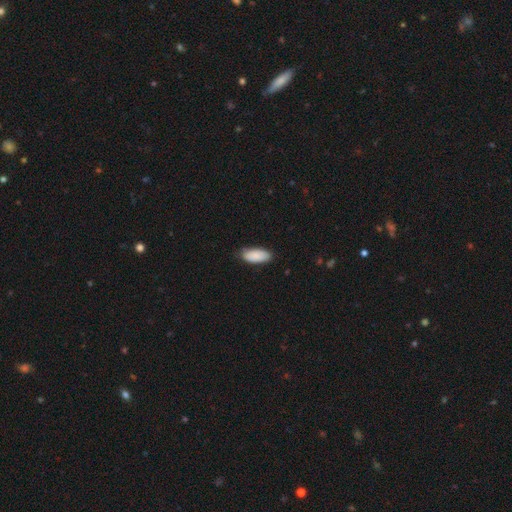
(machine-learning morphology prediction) Smooth or featured: smooth — 89% (star or artifact — 6%)
How rounded: in between — 87% (cigar-shaped — 12%)
Merging: none — 78% (minor disturbance — 18%)